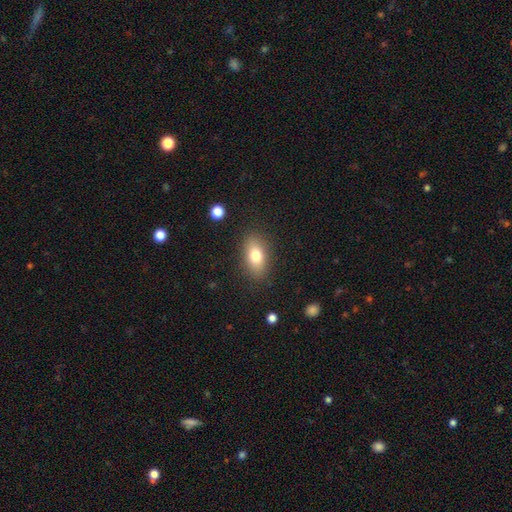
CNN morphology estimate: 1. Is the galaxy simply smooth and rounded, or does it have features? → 77% smooth, 14% featured or disk, 9% star or artifact.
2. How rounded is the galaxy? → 87% in between, 8% round, 5% cigar-shaped.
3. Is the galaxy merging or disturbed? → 85% none, 10% minor disturbance, 3% major disturbance, 1% merger.